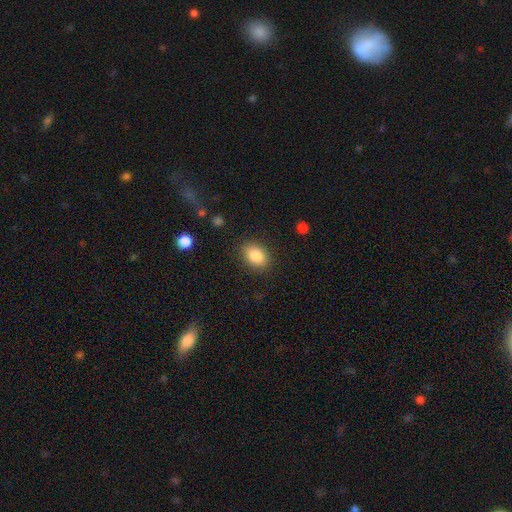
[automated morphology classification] The model was most divided on "how rounded": in between: 74%, round: 24%, cigar-shaped: 1%. More confident: smooth or featured — smooth (86%); merging — none (86%).